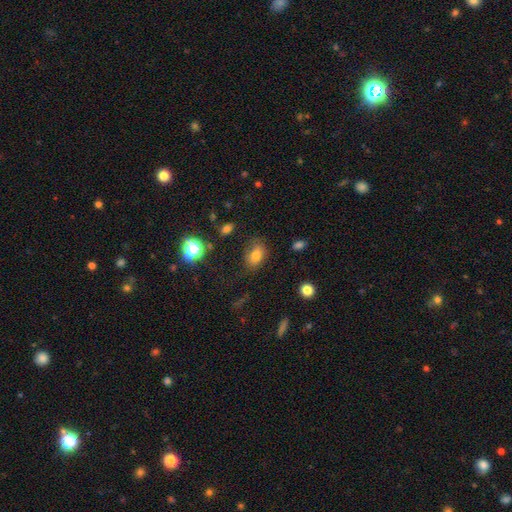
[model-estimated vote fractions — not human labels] smooth 76%, star or artifact 14%, featured or disk 10%. Down the decision tree: how rounded — in between (77%); merging — none (68%).